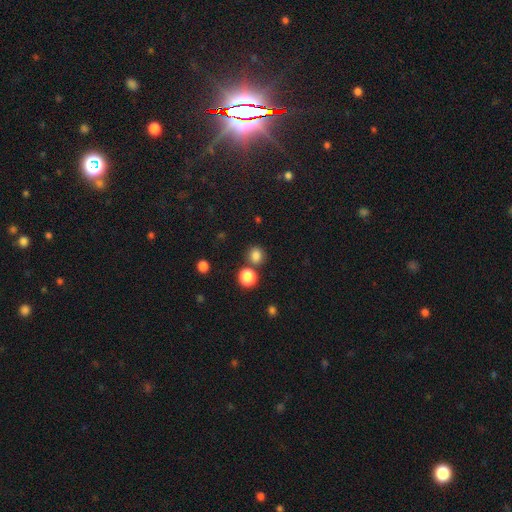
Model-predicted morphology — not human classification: Overall: smooth (81%). How rounded: round (85%). Merging: none (75%).